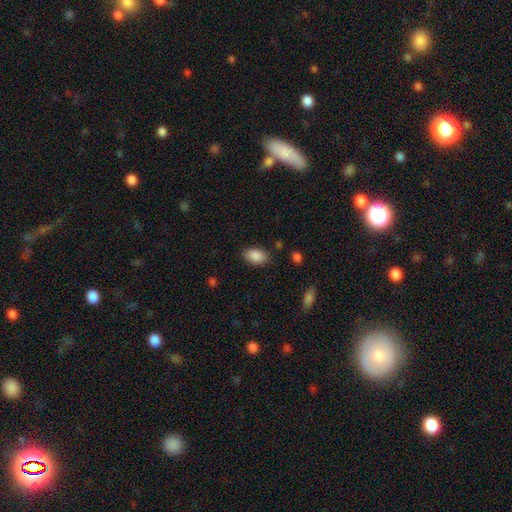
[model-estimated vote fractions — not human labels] The model was most divided on "merging": none: 84%, minor disturbance: 11%, major disturbance: 3%, merger: 2%. More confident: how rounded — in between (91%); smooth or featured — smooth (89%).